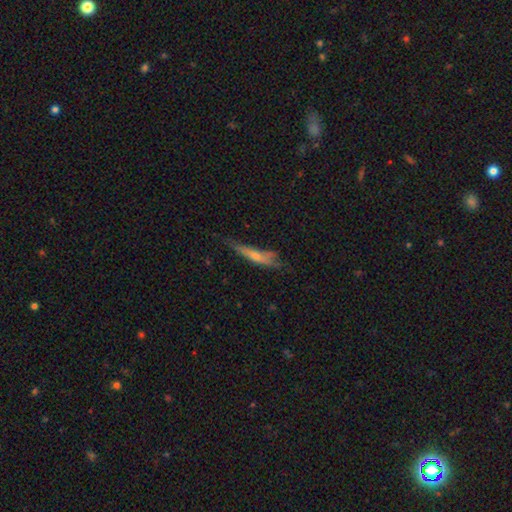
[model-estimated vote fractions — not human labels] Q: Smooth or featured?
A: featured or disk (47%); runner-up: smooth (45%)
Q: Merging?
A: none (52%); runner-up: minor disturbance (30%)